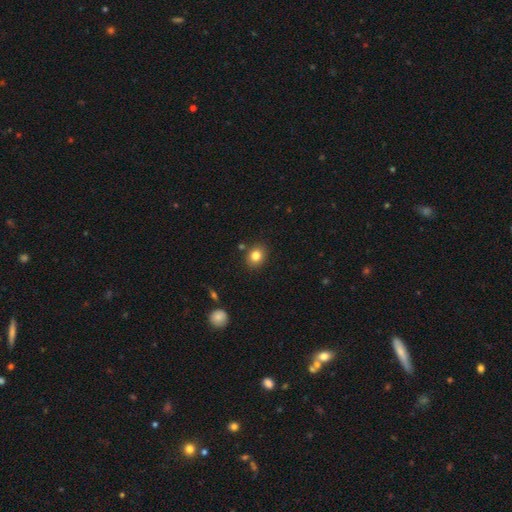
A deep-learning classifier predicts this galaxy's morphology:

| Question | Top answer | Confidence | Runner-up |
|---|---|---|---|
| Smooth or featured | smooth | 82% | star or artifact (11%) |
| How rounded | round | 62% | in between (37%) |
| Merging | none | 85% | minor disturbance (9%) |